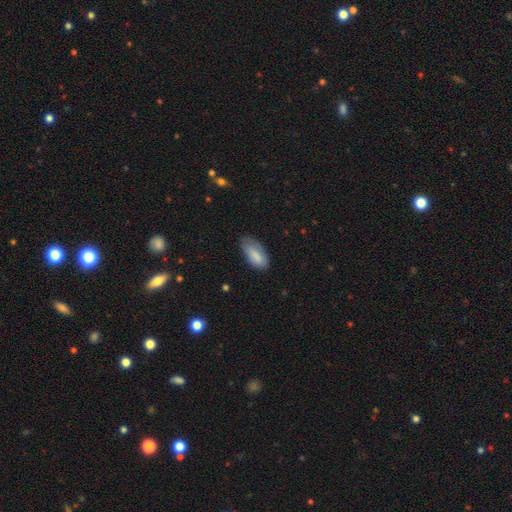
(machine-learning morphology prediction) type=smooth (83%); roundness=in between (90%); merging=none (55%).